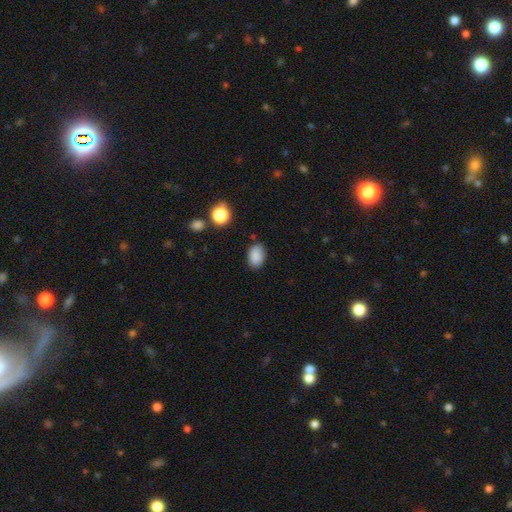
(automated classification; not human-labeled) smooth 87%, star or artifact 9%, featured or disk 4%. Down the decision tree: how rounded — in between (84%); merging — none (80%).